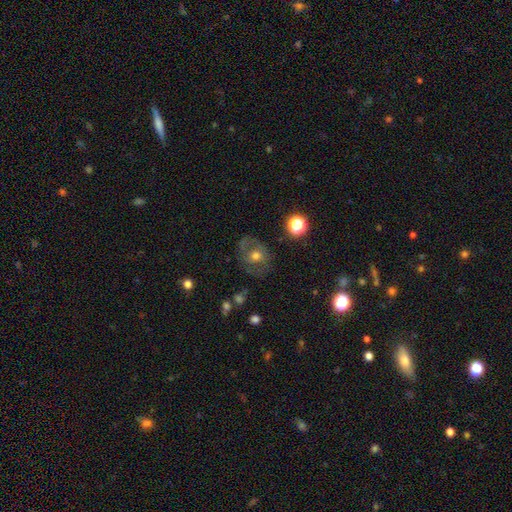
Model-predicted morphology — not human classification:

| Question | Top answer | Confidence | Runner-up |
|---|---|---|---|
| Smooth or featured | featured or disk | 51% | smooth (36%) |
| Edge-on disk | no | 95% | yes (5%) |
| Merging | none | 73% | minor disturbance (15%) |